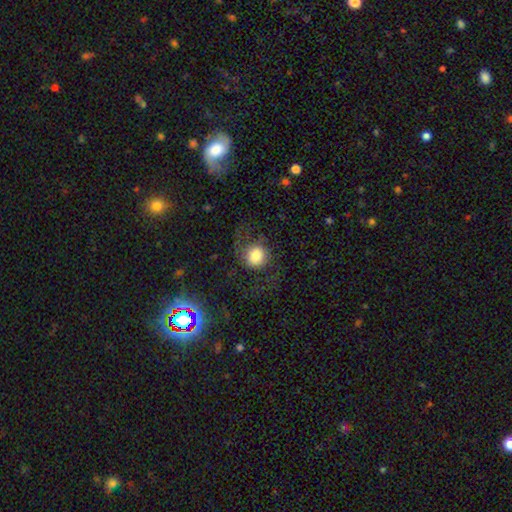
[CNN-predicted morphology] This is likely a smooth galaxy (69%). How rounded: clearly round (84%). Merging: possibly none (60%).